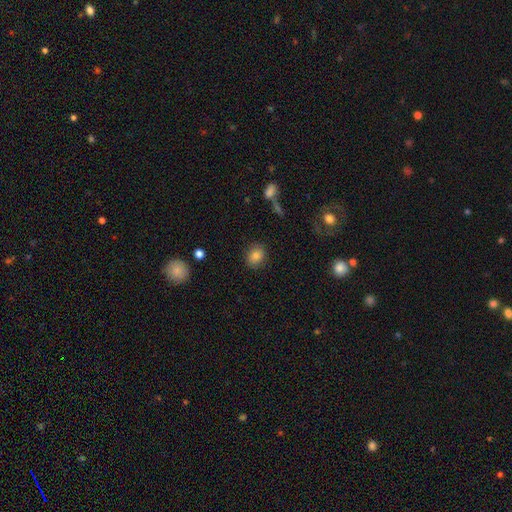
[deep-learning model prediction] Morphology: type=smooth (83%); roundness=round (58%); merging=none (86%).